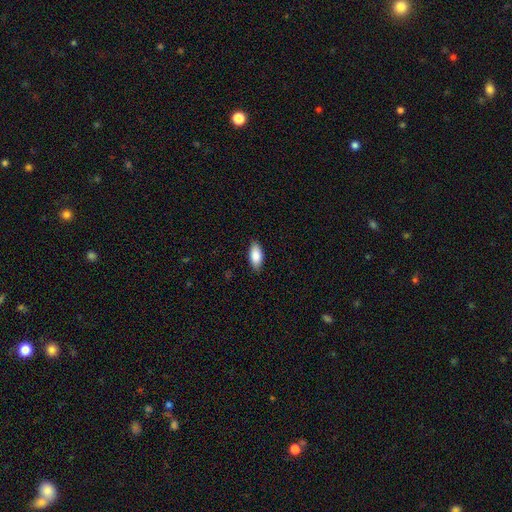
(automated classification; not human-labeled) Smooth or featured?
  - smooth: 86% *
  - featured or disk: 8%
  - star or artifact: 6%
How rounded?
  - in between: 89% *
  - cigar-shaped: 9%
  - round: 2%
Merging?
  - none: 87% *
  - minor disturbance: 10%
  - major disturbance: 2%
  - merger: 1%